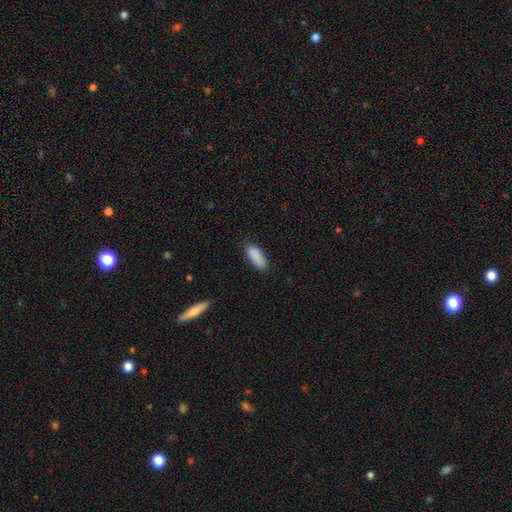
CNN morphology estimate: Q: Smooth or featured?
A: smooth (89%); runner-up: star or artifact (7%)
Q: How rounded?
A: in between (76%); runner-up: cigar-shaped (22%)
Q: Merging?
A: none (76%); runner-up: minor disturbance (19%)